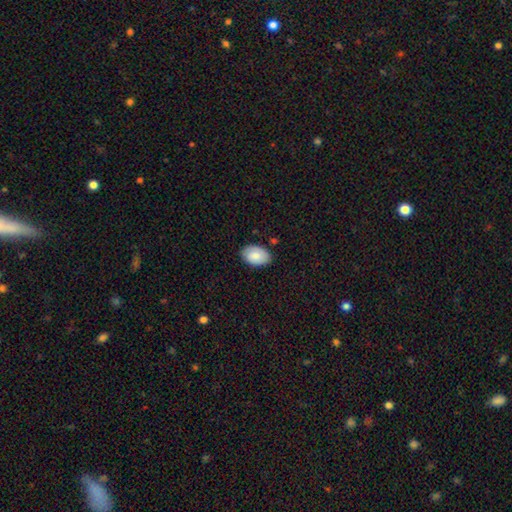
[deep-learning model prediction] This is likely a smooth galaxy (77%). How rounded: clearly in between (88%). Merging: clearly none (82%).